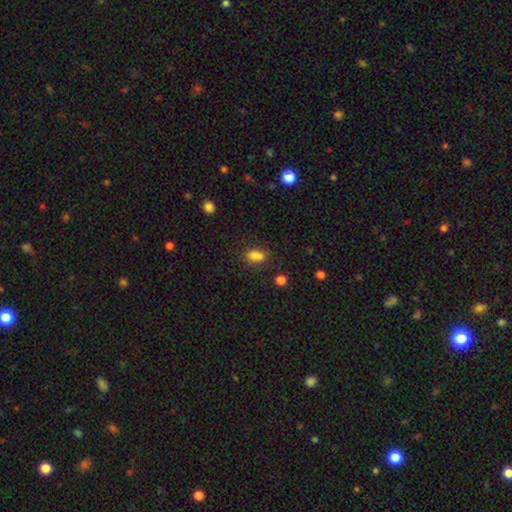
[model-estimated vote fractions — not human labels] Overall: smooth (77%). How rounded: in between (70%). Merging: none (57%; merger 22%).